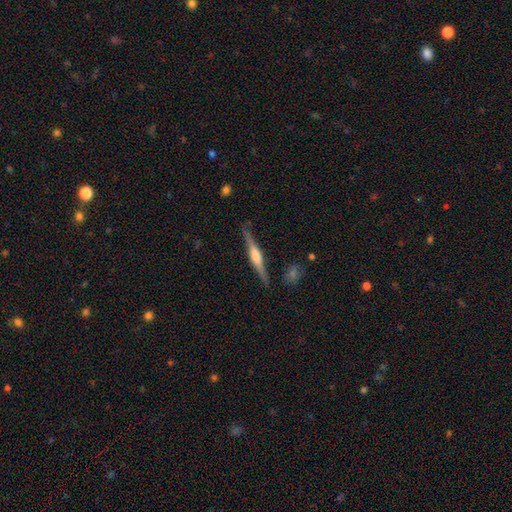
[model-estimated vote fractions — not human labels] The model was most divided on "smooth or featured": featured or disk: 76%, smooth: 19%, star or artifact: 5%. More confident: edge-on disk — yes (98%); merging — none (87%); edge-on bulge — rounded (79%).